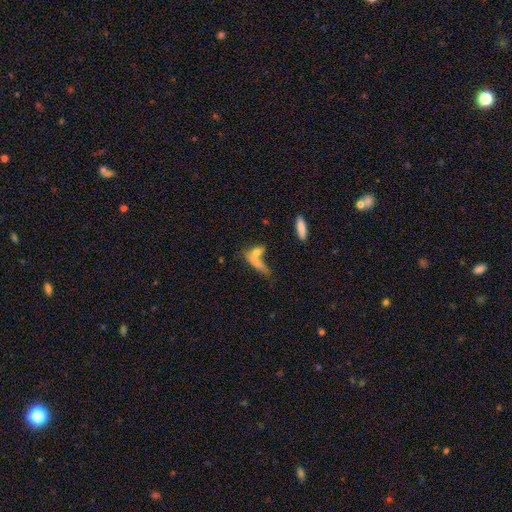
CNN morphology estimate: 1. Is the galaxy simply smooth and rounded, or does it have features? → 67% smooth, 23% featured or disk, 10% star or artifact.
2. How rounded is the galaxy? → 48% in between, 44% cigar-shaped, 8% round.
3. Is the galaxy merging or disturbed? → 45% merger, 33% none, 12% minor disturbance, 11% major disturbance.